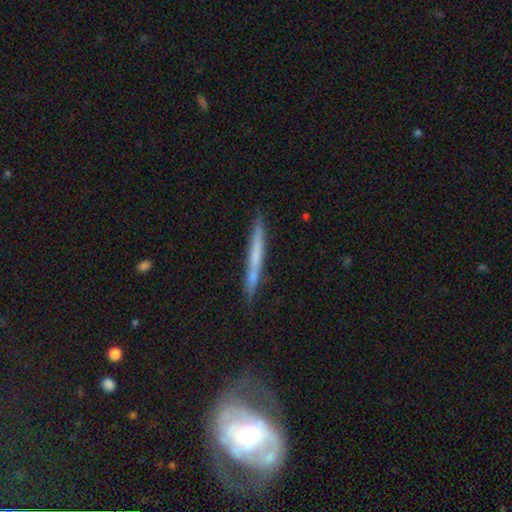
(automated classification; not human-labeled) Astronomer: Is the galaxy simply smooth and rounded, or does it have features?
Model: smooth — 49% (runner-up: featured or disk, 43%).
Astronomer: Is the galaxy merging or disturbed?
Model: none — 84%.